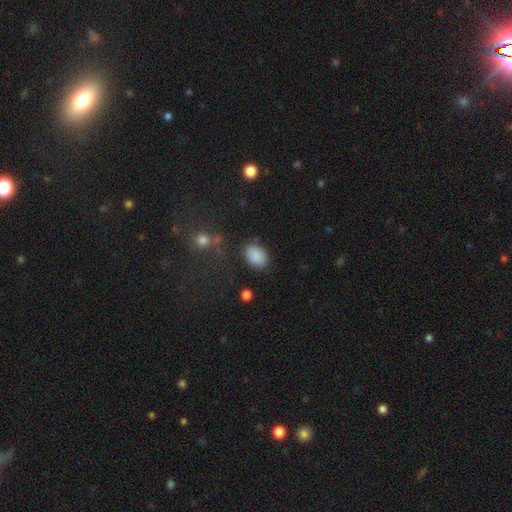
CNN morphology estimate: Smooth or featured: smooth — 87% (star or artifact — 8%)
How rounded: in between — 81% (round — 18%)
Merging: none — 80% (minor disturbance — 14%)